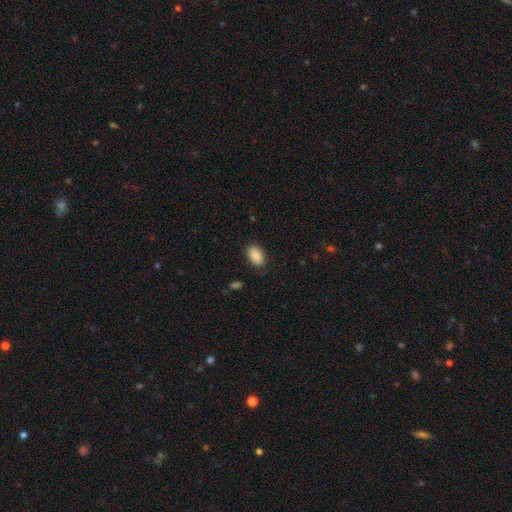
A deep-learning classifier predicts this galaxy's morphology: The model was most divided on "merging": none: 84%, minor disturbance: 12%, major disturbance: 3%, merger: 1%. More confident: how rounded — in between (91%); smooth or featured — smooth (89%).